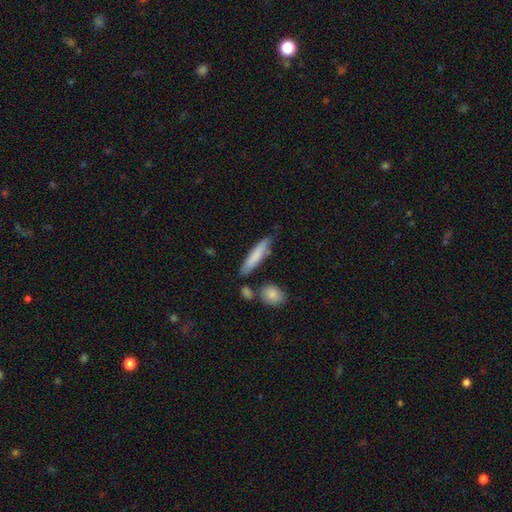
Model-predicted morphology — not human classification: smooth-or-featured: smooth: 76% | featured or disk: 18% | star or artifact: 6%
  how-rounded: cigar-shaped: 82% | in between: 16% | round: 2%
  merging: none: 74% | minor disturbance: 16% | merger: 7% | major disturbance: 3%